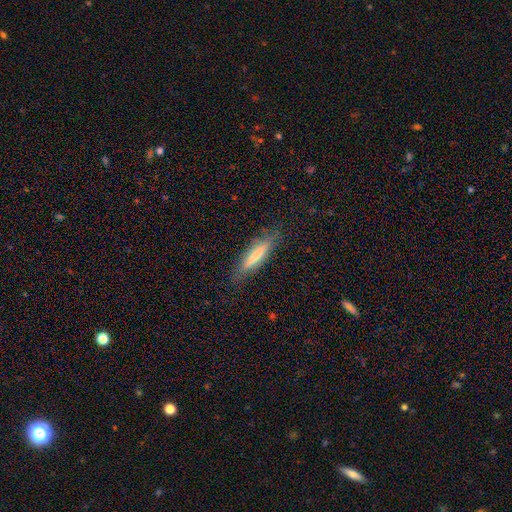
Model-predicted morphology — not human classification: A smooth galaxy with no disk features (60%) that is cigar-shaped (84%). Merging: none (83%).